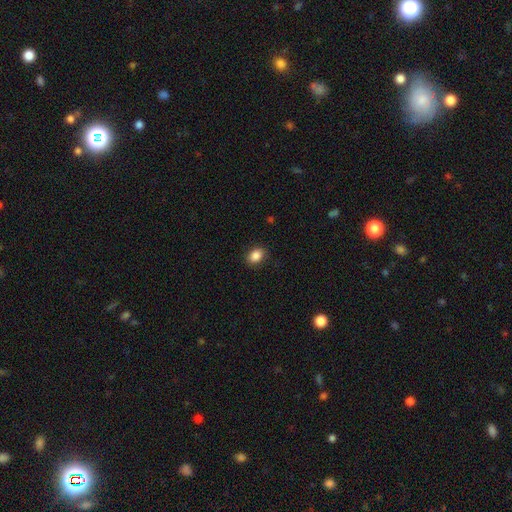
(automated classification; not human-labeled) Overall: smooth (87%). How rounded: in between (67%; round 32%). Merging: none (88%).